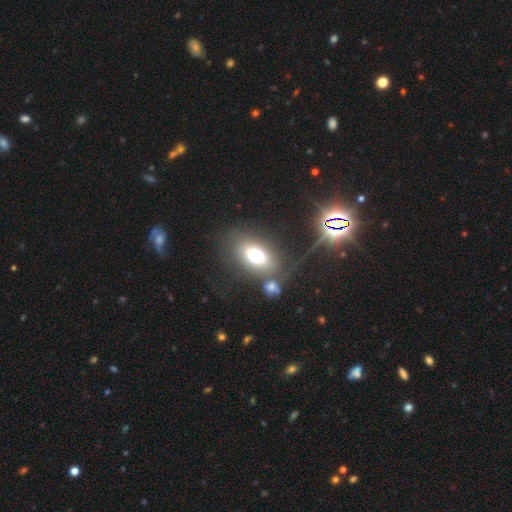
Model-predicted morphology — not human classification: A smooth galaxy with no disk features (70%) that is in between round and cigar-shaped (83%). Merging: none (67%).